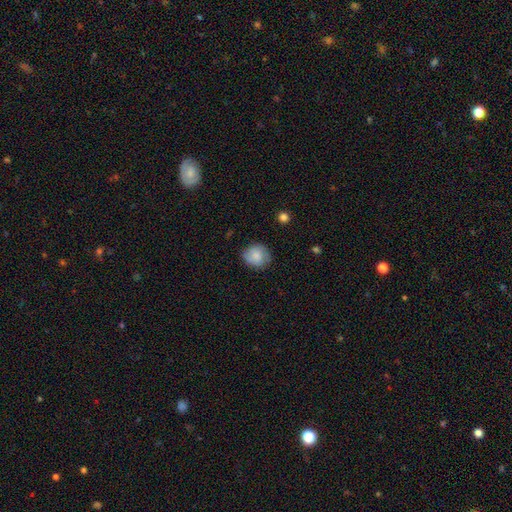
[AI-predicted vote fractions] Smooth or featured? smooth (69%)
How rounded? round (80%)
Merging? none (77%)